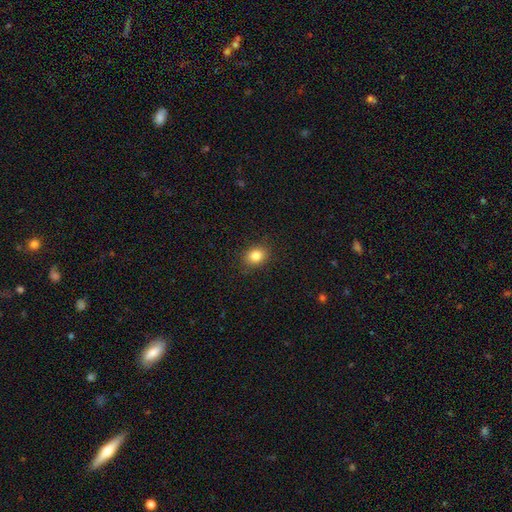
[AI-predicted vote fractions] Smooth or featured? smooth (83%)
How rounded? in between (52%)
Merging? none (87%)